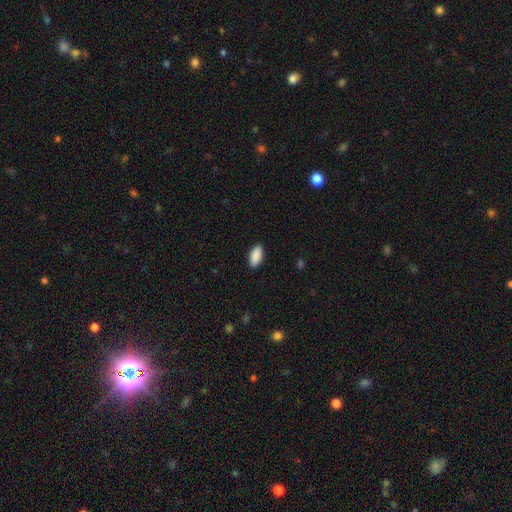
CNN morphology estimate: The model was most divided on "merging": none: 90%, minor disturbance: 7%, major disturbance: 2%, merger: 1%. More confident: how rounded — in between (93%); smooth or featured — smooth (91%).